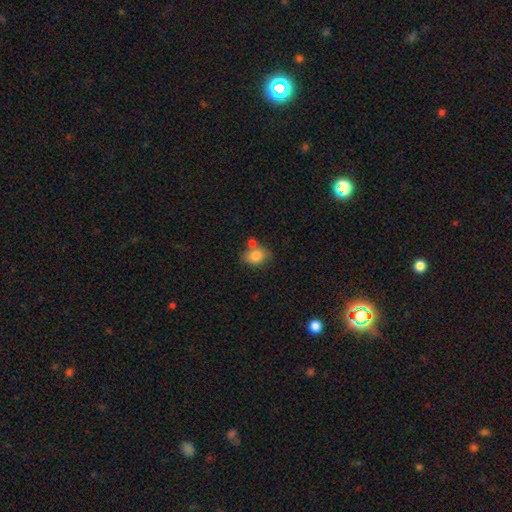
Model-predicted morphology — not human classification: Smooth or featured? Predicted: smooth (p=0.82). How rounded? Predicted: in between (p=0.54). Merging? Predicted: none (p=0.58).